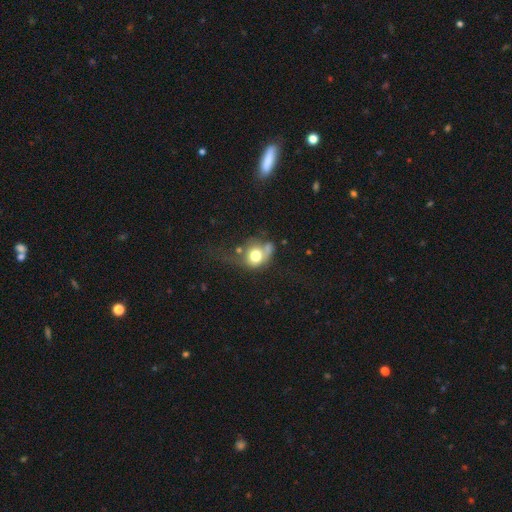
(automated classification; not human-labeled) Smooth or featured?
  - smooth: 67% *
  - featured or disk: 22%
  - star or artifact: 11%
How rounded?
  - round: 60% *
  - in between: 38%
  - cigar-shaped: 1%
Merging?
  - major disturbance: 34% *
  - none: 25%
  - minor disturbance: 23%
  - merger: 17%